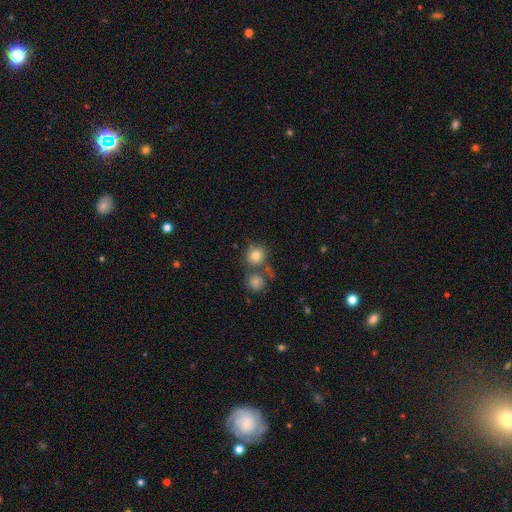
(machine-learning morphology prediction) Smooth or featured?
  - smooth: 79% *
  - star or artifact: 11%
  - featured or disk: 10%
How rounded?
  - round: 89% *
  - in between: 10%
  - cigar-shaped: 1%
Merging?
  - none: 62% *
  - merger: 23%
  - minor disturbance: 11%
  - major disturbance: 4%